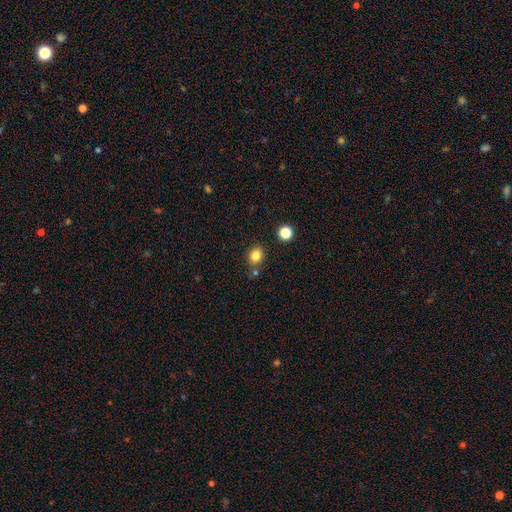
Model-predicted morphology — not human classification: Smooth or featured? Predicted: smooth (p=0.82). How rounded? Predicted: round (p=0.63). Merging? Predicted: none (p=0.76).